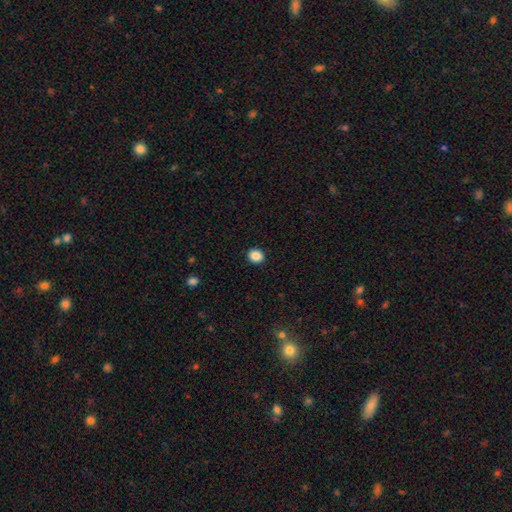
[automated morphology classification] Smooth or featured: smooth — 87% (star or artifact — 9%)
How rounded: round — 79% (in between — 20%)
Merging: none — 92% (minor disturbance — 5%)